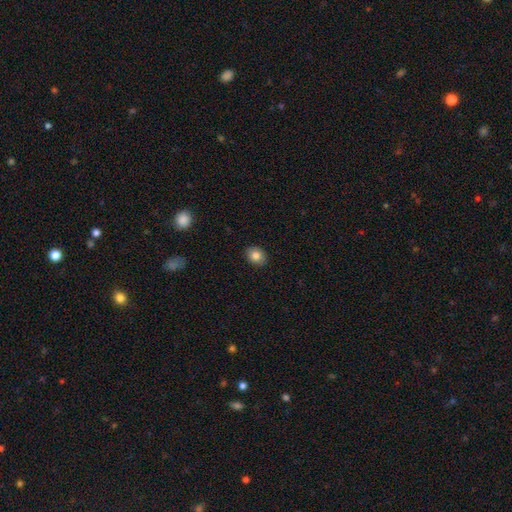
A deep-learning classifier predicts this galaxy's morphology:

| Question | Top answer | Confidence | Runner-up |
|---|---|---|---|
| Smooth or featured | smooth | 84% | star or artifact (9%) |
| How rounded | round | 51% | in between (48%) |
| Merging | none | 90% | minor disturbance (7%) |